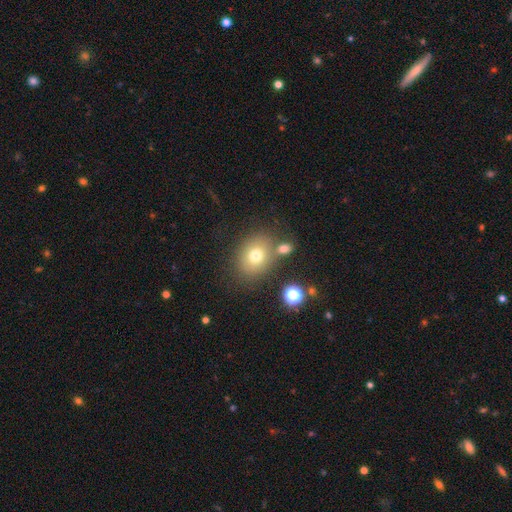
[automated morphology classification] Smooth or featured? Predicted: smooth (p=0.73). How rounded? Predicted: round (p=0.52). Merging? Predicted: none (p=0.67).